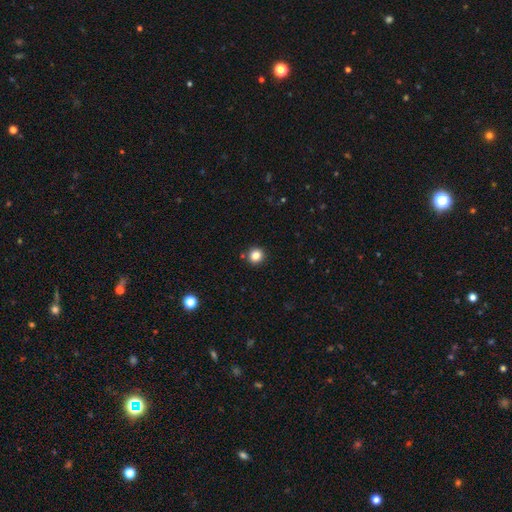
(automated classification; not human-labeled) Smooth or featured? smooth (83%)
How rounded? round (92%)
Merging? none (89%)